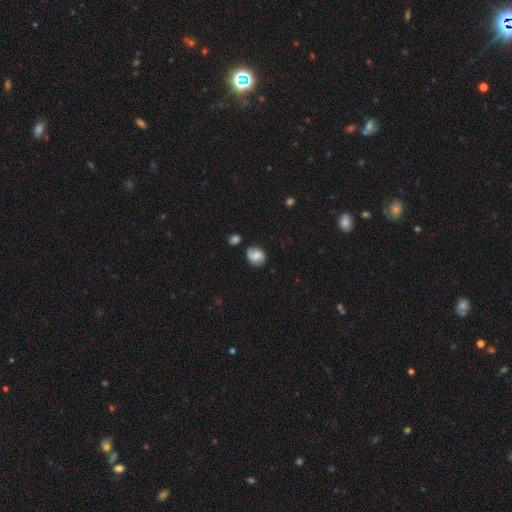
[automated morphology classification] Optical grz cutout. It shows a smooth galaxy with no disk features (55%) that is round (55%). Merging: none (75%).